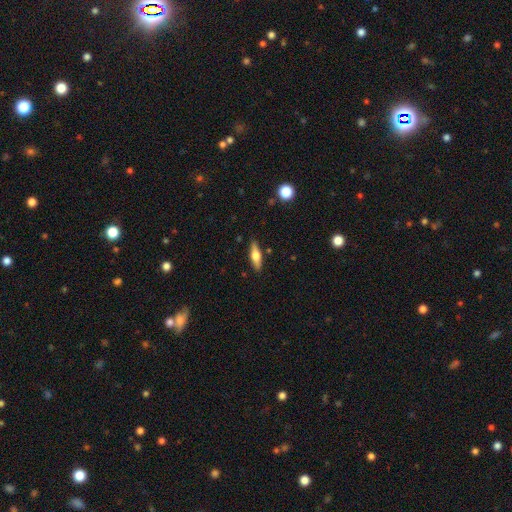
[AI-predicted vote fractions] Smooth or featured: smooth — 49% (featured or disk — 44%)
Merging: none — 87% (minor disturbance — 10%)